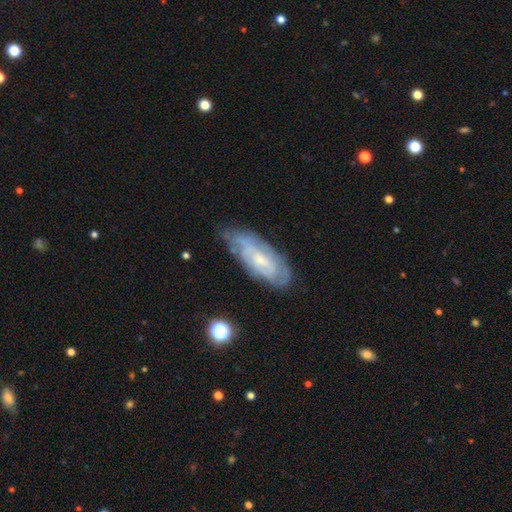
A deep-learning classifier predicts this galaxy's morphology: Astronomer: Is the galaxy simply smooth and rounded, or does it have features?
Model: featured or disk — 67%.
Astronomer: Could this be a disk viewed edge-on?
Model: no — 84%.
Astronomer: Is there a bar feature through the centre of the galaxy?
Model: no — 64%.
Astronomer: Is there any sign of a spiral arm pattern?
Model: yes — 83%.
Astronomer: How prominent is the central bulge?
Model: small — 60%.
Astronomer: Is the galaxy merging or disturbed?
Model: none — 74%.